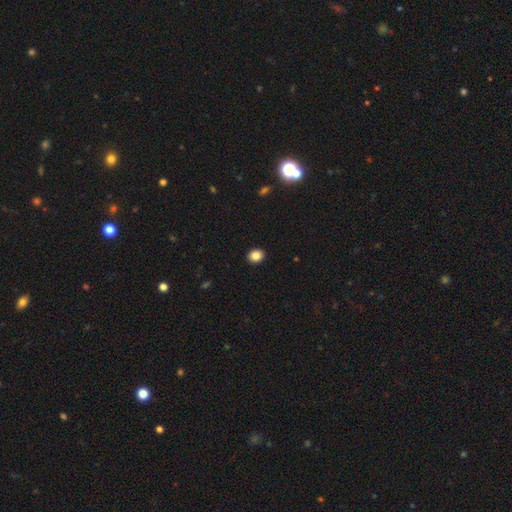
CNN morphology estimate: smooth 86%, star or artifact 10%, featured or disk 4%. Down the decision tree: how rounded — round (66%); merging — none (92%).